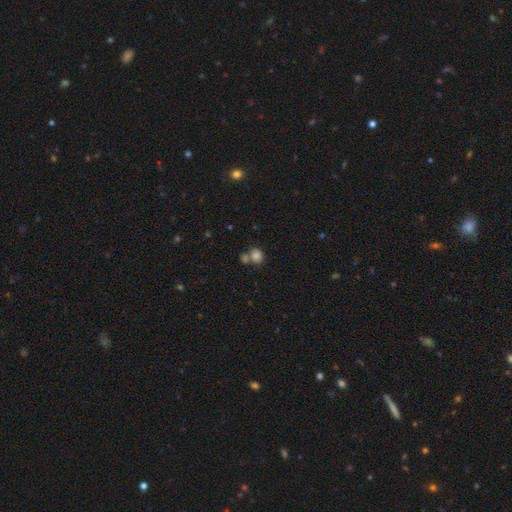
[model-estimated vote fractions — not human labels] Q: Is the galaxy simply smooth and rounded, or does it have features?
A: smooth — 81%.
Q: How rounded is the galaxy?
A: round — 68%.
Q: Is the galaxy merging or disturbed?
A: none — 48%.